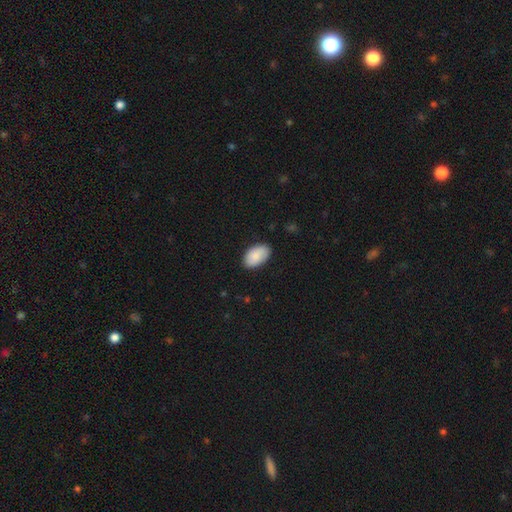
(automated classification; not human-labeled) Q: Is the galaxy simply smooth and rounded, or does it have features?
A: smooth — 88%.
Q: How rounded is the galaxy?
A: in between — 95%.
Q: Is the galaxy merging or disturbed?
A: none — 84%.